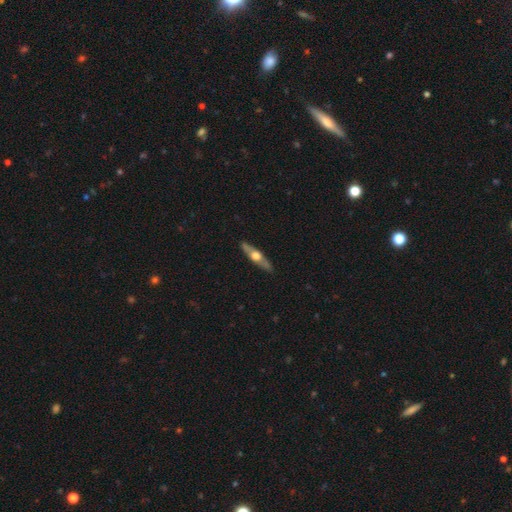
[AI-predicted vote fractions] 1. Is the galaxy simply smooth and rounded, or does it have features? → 62% featured or disk, 33% smooth, 5% star or artifact.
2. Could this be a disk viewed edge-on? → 89% yes, 11% no.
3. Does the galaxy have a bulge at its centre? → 94% rounded, 4% boxy, 3% none.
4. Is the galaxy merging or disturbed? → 88% none, 9% minor disturbance, 2% major disturbance, 1% merger.